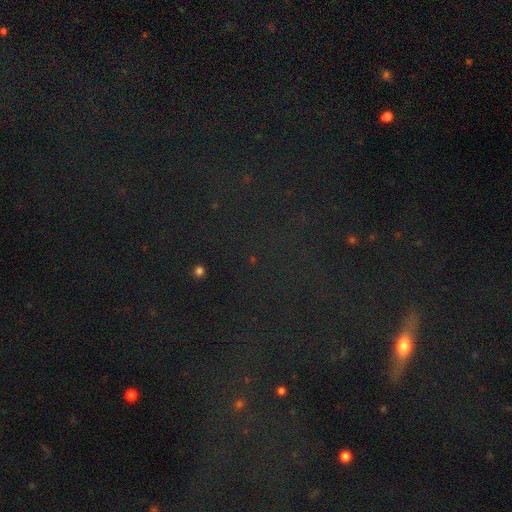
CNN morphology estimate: A star or artifact, not a galaxy (68%).

Vote fractions:
- Smooth or featured? star or artifact: 68% / featured or disk: 17% / smooth: 16%